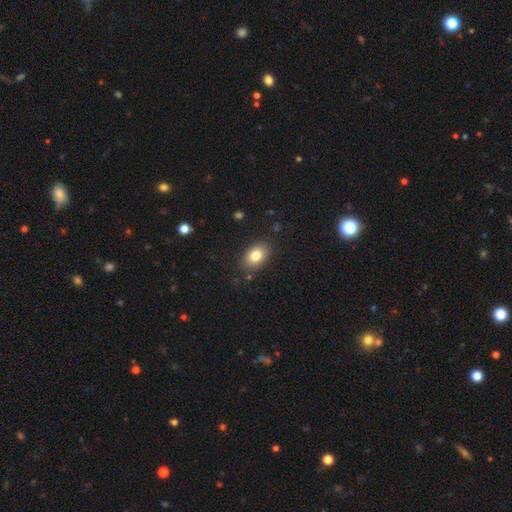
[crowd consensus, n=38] Overall: smooth (79%). How rounded: in between (90%). Merging: none (86%).